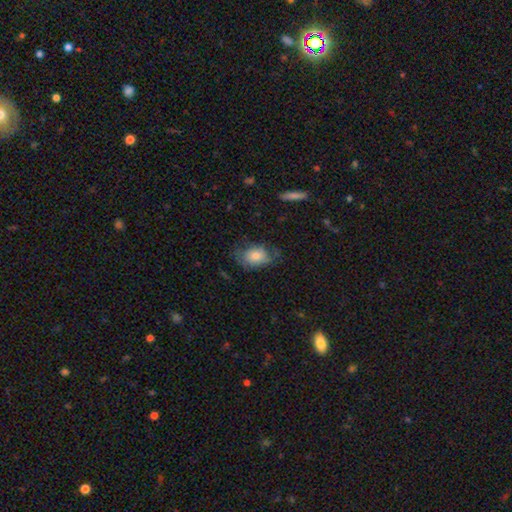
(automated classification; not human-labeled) Smooth or featured: smooth — 65% (featured or disk — 26%)
How rounded: in between — 76% (round — 23%)
Merging: none — 54% (minor disturbance — 28%)